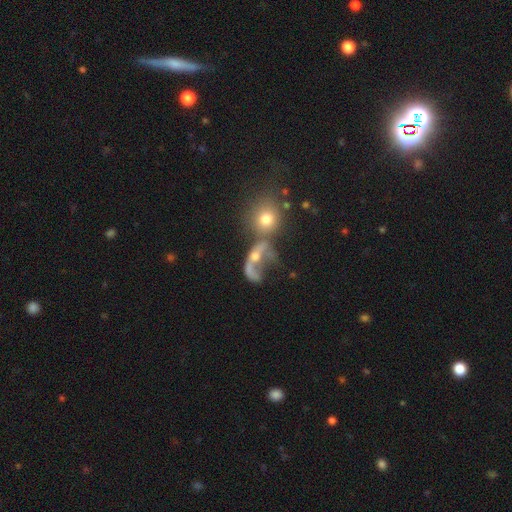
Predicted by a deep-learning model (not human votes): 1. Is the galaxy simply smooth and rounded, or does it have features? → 56% featured or disk, 29% smooth, 15% star or artifact.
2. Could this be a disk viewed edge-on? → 92% no, 8% yes.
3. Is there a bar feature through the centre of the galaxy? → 67% no, 23% weak, 9% strong.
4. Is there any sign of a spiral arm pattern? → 54% yes, 46% no.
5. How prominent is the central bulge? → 53% moderate, 30% small, 8% none, 7% large, 3% dominant.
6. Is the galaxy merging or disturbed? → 46% merger, 24% major disturbance, 19% none, 10% minor disturbance.